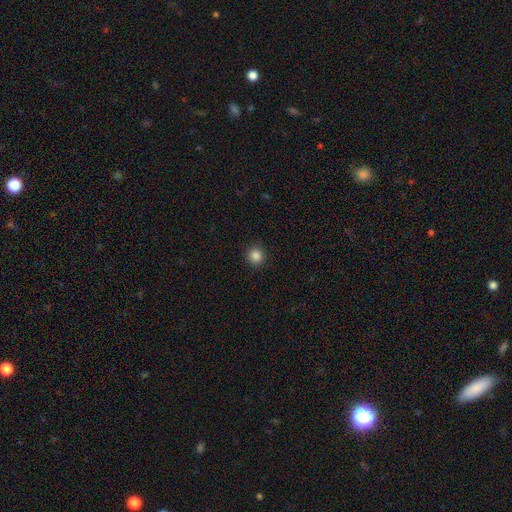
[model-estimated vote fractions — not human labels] This is clearly a smooth galaxy (86%). How rounded: clearly round (93%). Merging: clearly none (92%).